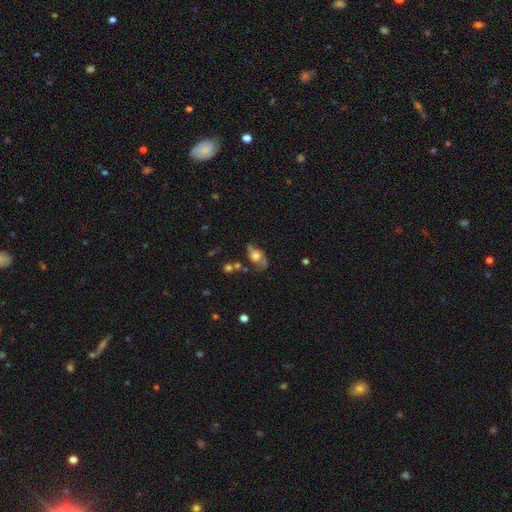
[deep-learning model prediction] This appears to be a featured or disk galaxy (53%). Merging: none (47%).